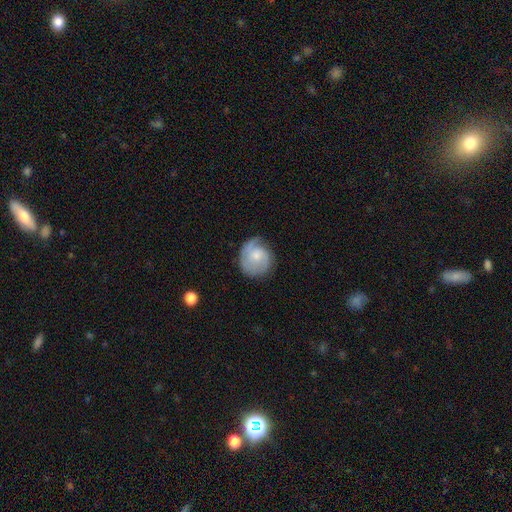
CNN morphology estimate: The model was most divided on "spiral winding": tight: 49%, medium: 37%, loose: 14%. Remaining: edge-on disk — no (98%); spiral arms — yes (92%); bar — no (70%); merging — none (69%); smooth or featured — featured or disk (67%); bulge size — small (54%); spiral arm count — 2 (40%).